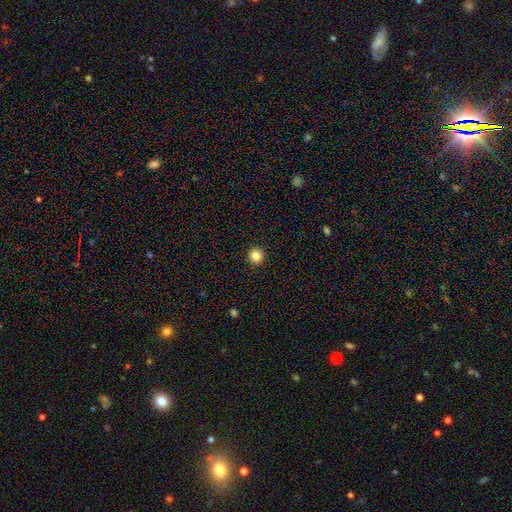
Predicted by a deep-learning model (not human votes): Smooth or featured? smooth (84%)
How rounded? round (95%)
Merging? none (94%)